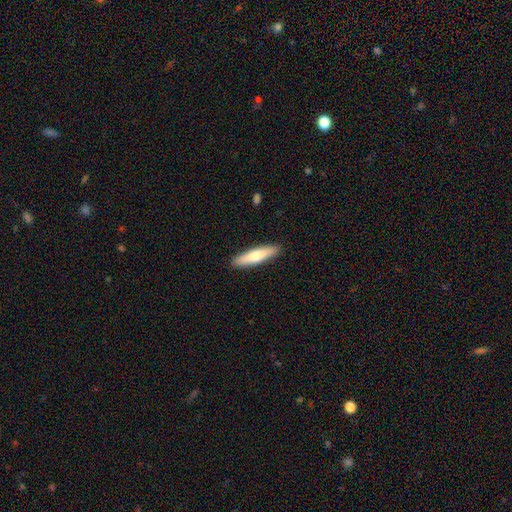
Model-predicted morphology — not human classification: Overall: smooth (65%; featured or disk 30%). How rounded: cigar-shaped (79%). Merging: none (91%).